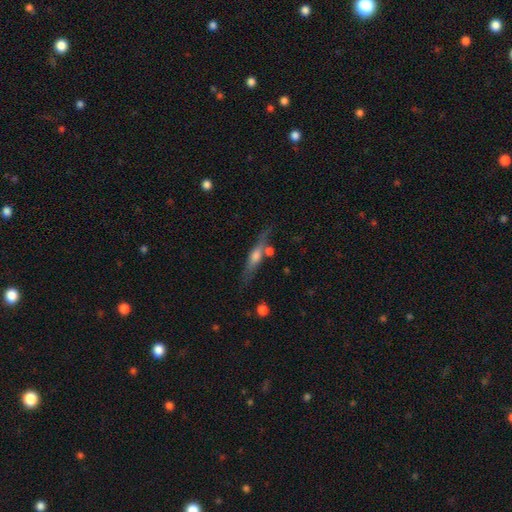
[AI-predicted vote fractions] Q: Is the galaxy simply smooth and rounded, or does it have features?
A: featured or disk — 56%.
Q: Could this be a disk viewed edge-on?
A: yes — 85%.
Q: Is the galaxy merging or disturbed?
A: none — 62%.